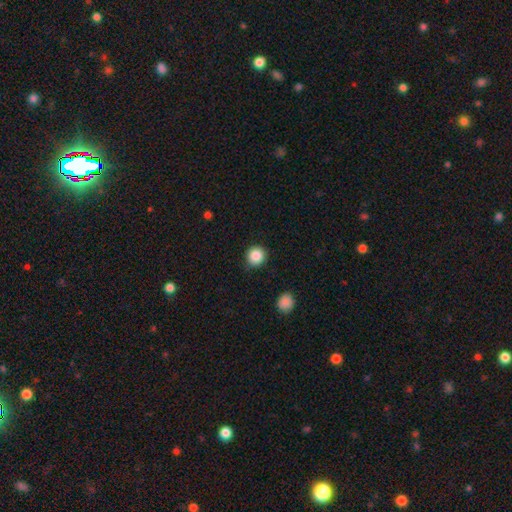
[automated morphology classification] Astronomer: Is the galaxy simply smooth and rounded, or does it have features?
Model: smooth — 87%.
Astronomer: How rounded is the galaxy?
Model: round — 92%.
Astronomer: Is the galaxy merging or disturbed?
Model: none — 89%.